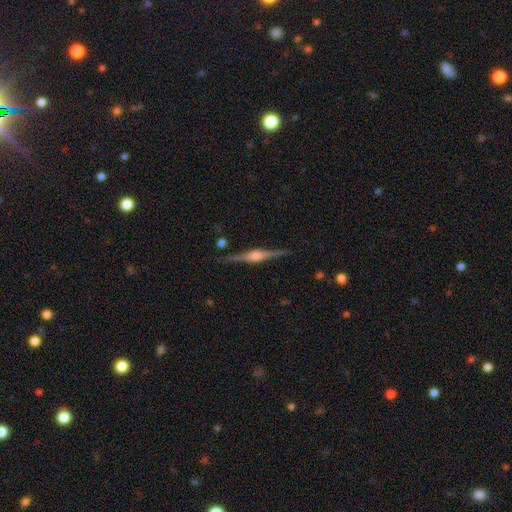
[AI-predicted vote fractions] The model was most divided on "edge-on bulge": rounded: 84%, boxy: 13%, none: 3%. More confident: edge-on disk — yes (98%); merging — none (90%); smooth or featured — featured or disk (85%).